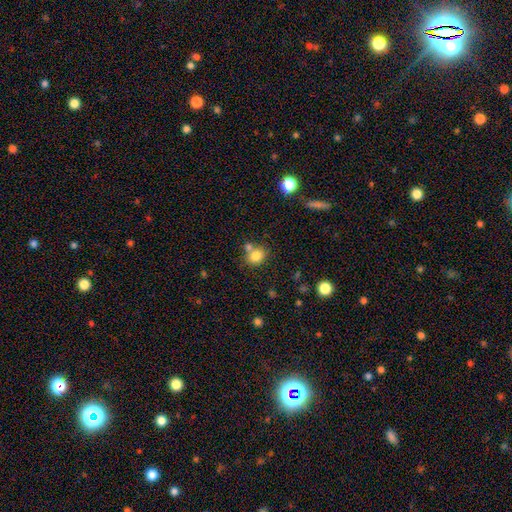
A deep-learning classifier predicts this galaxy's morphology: Smooth or featured? smooth (81%)
How rounded? round (67%)
Merging? none (59%)